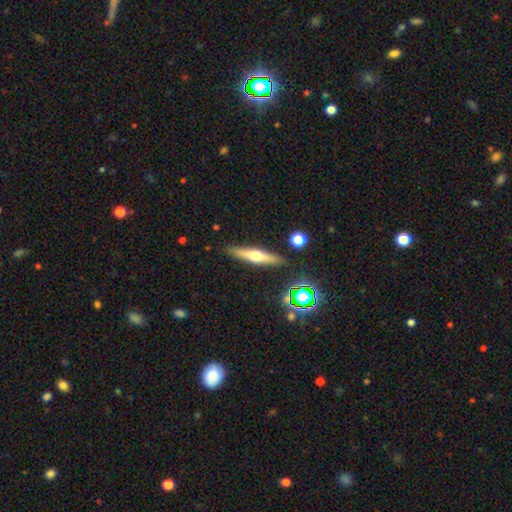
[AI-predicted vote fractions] Smooth or featured: featured or disk — 57% (smooth — 35%)
Edge-on disk: yes — 93% (no — 7%)
Edge-on bulge: rounded — 92% (none — 4%)
Merging: none — 88% (minor disturbance — 8%)